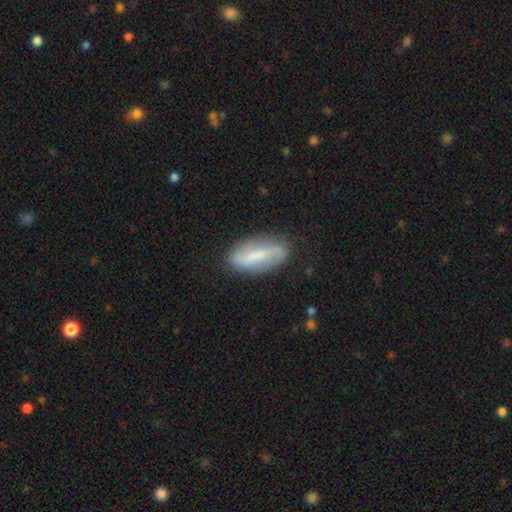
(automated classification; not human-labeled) The model was most divided on "smooth or featured": featured or disk: 50%, smooth: 43%, star or artifact: 7%. More confident: merging — none (79%).